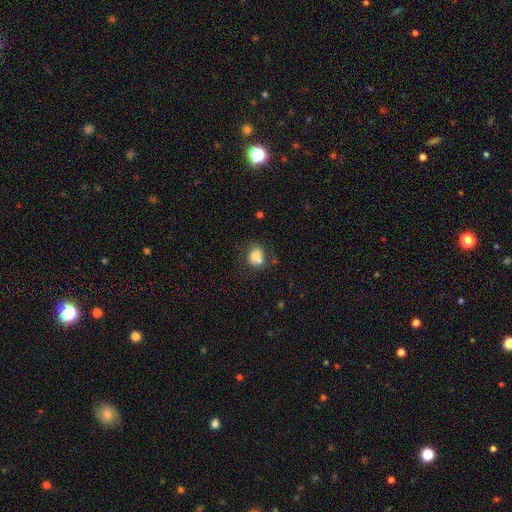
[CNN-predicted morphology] This is likely a smooth galaxy (72%). How rounded: possibly round (58%). Merging: marginally none (44%).